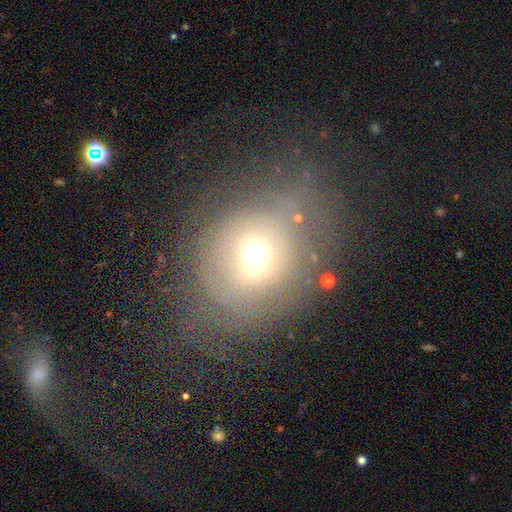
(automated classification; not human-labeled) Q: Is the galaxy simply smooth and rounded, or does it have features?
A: smooth — 53%.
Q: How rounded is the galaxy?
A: round — 78%.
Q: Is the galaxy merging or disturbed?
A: none — 47%.